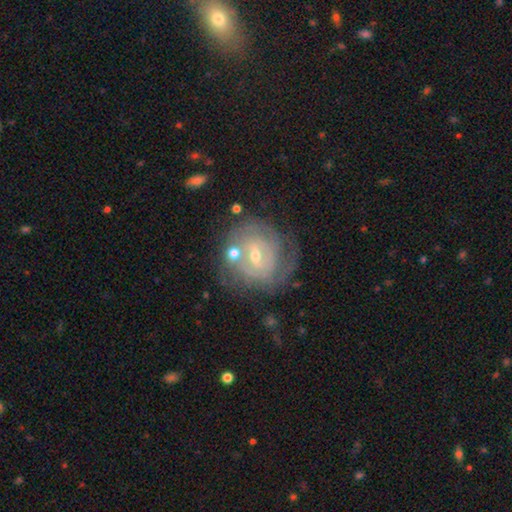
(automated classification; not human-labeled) Morphology: type=featured or disk (79%); edge-on=no (97%); bar=weak (53%); spiral arms=yes (84%); winding=tight (70%); arm count=can't tell (48%); bulge=small (55%); merging=none (61%).